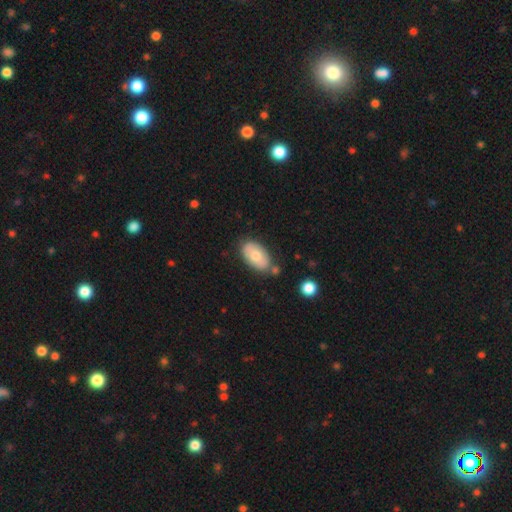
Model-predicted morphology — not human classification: This appears to be a smooth galaxy with no disk features (69%) that is in between round and cigar-shaped (94%). Merging: none (69%).